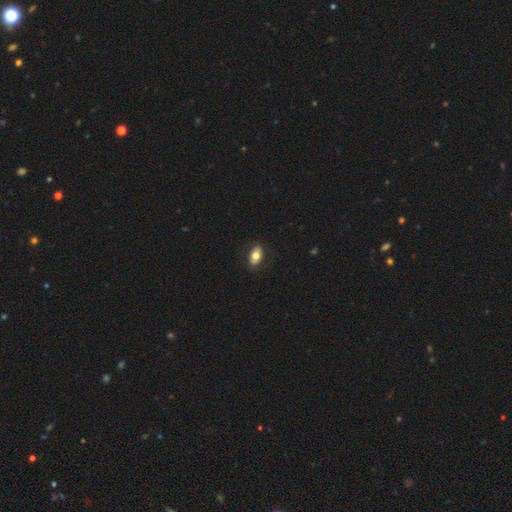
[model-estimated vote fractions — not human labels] Q: Smooth or featured?
A: smooth (73%); runner-up: featured or disk (20%)
Q: How rounded?
A: in between (90%); runner-up: round (7%)
Q: Merging?
A: none (84%); runner-up: minor disturbance (12%)